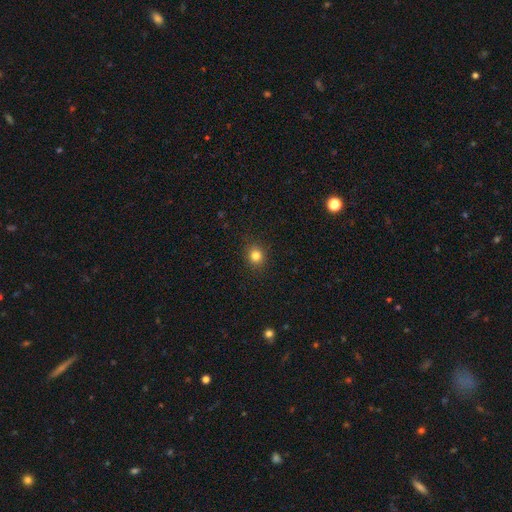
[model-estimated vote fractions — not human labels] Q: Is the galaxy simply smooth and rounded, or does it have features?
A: smooth — 82%.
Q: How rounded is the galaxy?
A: round — 80%.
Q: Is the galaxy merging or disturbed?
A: none — 90%.